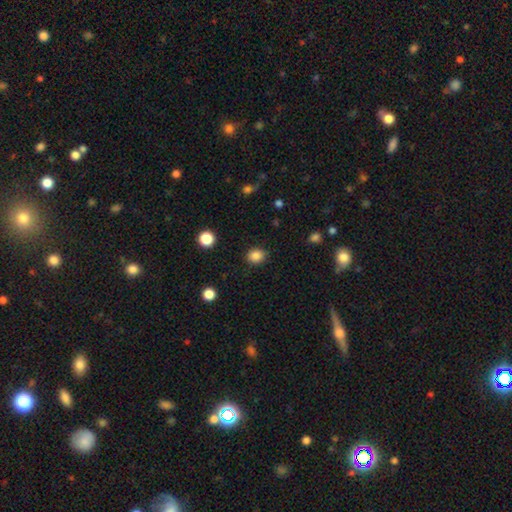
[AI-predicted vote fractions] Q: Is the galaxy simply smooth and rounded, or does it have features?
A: smooth — 85%.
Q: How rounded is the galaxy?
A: round — 71%.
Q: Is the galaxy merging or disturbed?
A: none — 86%.